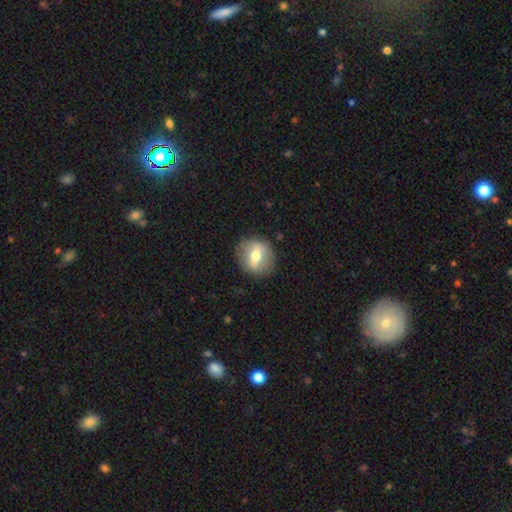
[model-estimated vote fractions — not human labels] Smooth or featured? smooth (50%)
How rounded? round (72%)
Merging? none (85%)